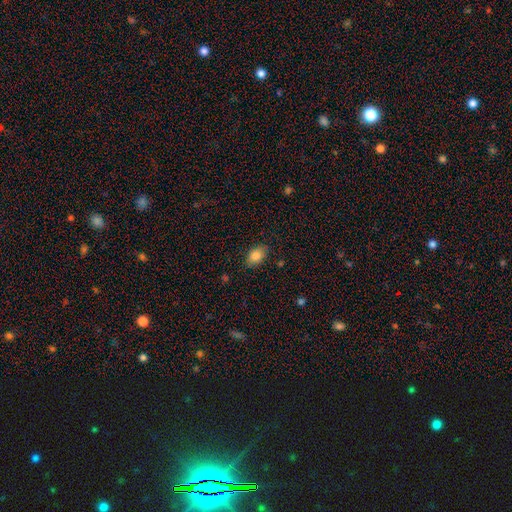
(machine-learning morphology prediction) The model was most divided on "merging": none: 83%, minor disturbance: 13%, major disturbance: 3%, merger: 1%. More confident: how rounded — in between (86%); smooth or featured — smooth (85%).